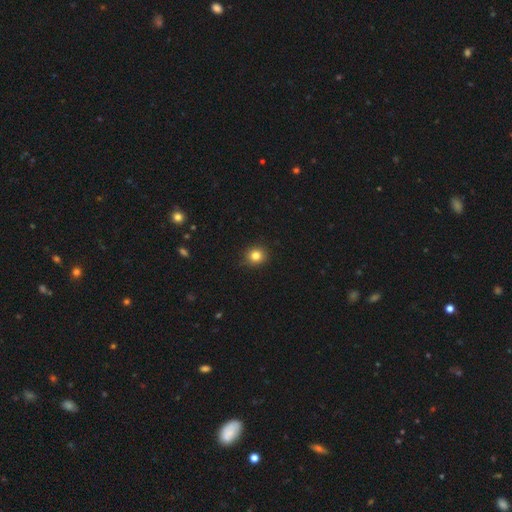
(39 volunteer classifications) A smooth galaxy with no disk features (90%) that is round (80%). Merging: none (79%).